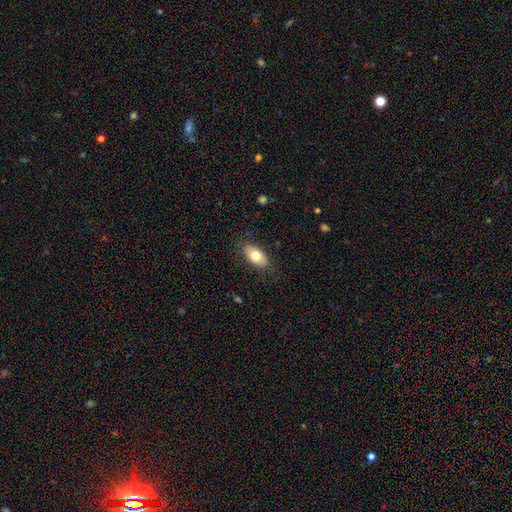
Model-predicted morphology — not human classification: This is likely a smooth galaxy (76%). How rounded: clearly in between (92%). Merging: clearly none (84%).